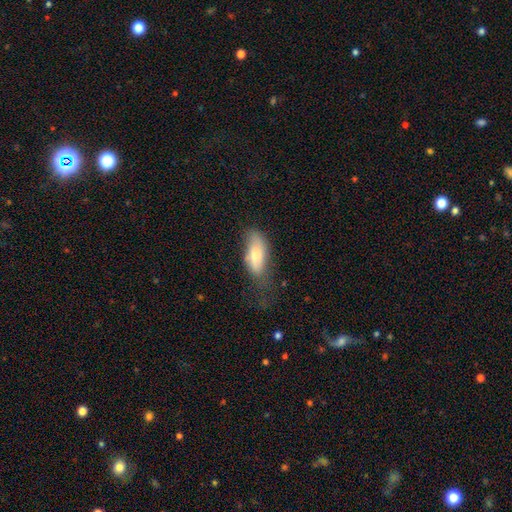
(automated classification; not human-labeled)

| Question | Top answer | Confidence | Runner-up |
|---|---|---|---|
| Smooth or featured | smooth | 74% | featured or disk (20%) |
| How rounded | in between | 84% | cigar-shaped (14%) |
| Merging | none | 39% | minor disturbance (36%) |